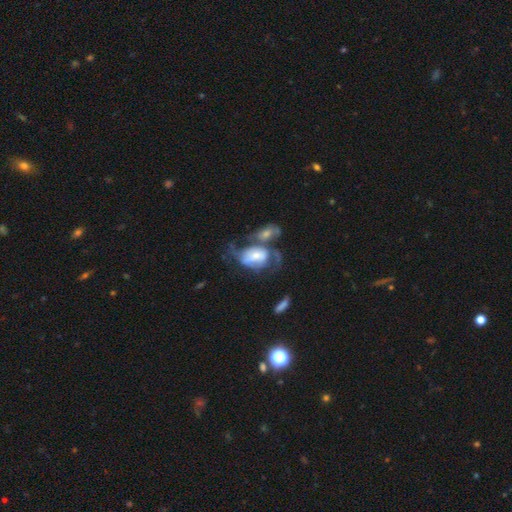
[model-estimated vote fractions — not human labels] A featured or disk galaxy (56%) with no bar (56%), spiral arms (59%) and a small central bulge (41%).

Vote fractions:
- Smooth or featured? featured or disk: 56% / smooth: 37% / star or artifact: 7%
- Edge-on disk? no: 95% / yes: 5%
- Bar? no: 56% / weak: 32% / strong: 13%
- Spiral arms? yes: 59% / no: 41%
- Bulge size? small: 41% / moderate: 37% / large: 12% / none: 7% / dominant: 3%
- Merging? merger: 48% / major disturbance: 26% / none: 15% / minor disturbance: 11%